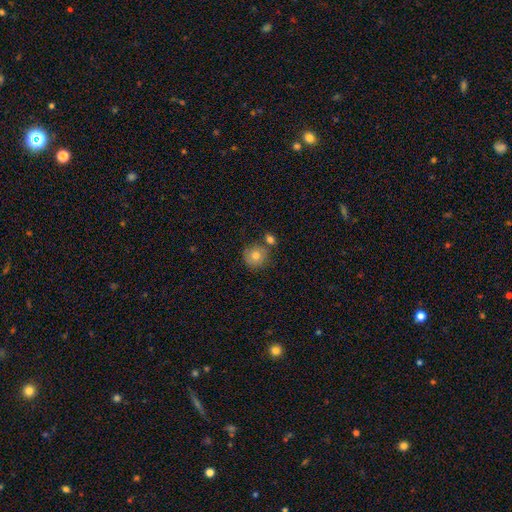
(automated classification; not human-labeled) Overall: smooth (77%). How rounded: round (90%). Merging: none (67%).